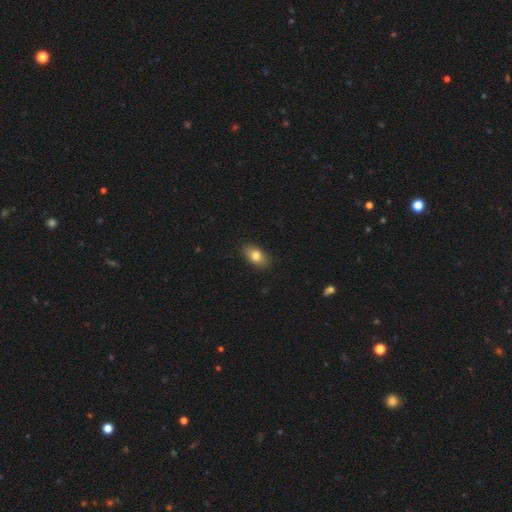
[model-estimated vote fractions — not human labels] smooth 81%, featured or disk 11%, star or artifact 8%. Down the decision tree: how rounded — in between (88%); merging — none (87%).